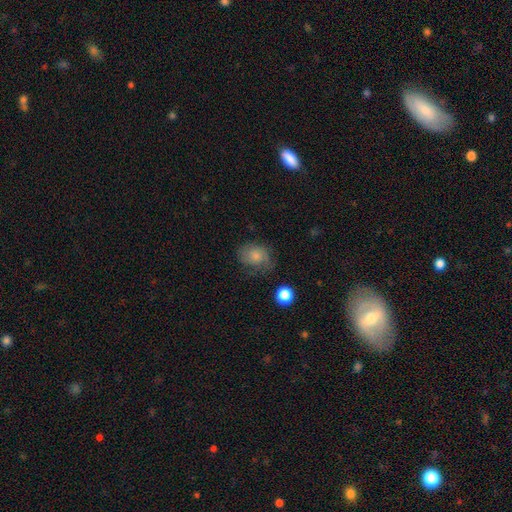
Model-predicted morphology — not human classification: A smooth galaxy with no disk features (58%) that is round (58%). Merging: none (56%).